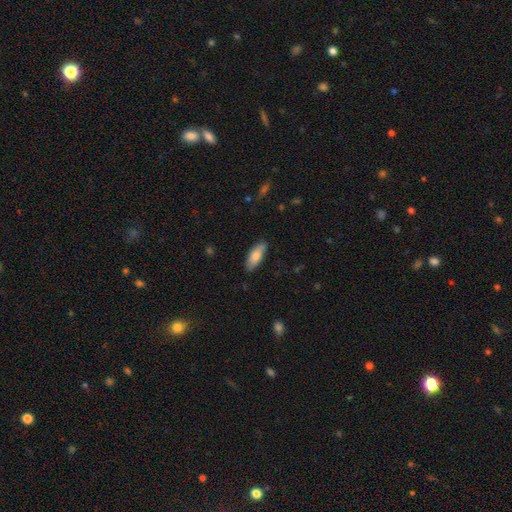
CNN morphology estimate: A smooth galaxy with no disk features (80%) that is in between round and cigar-shaped (72%). Merging: none (82%).